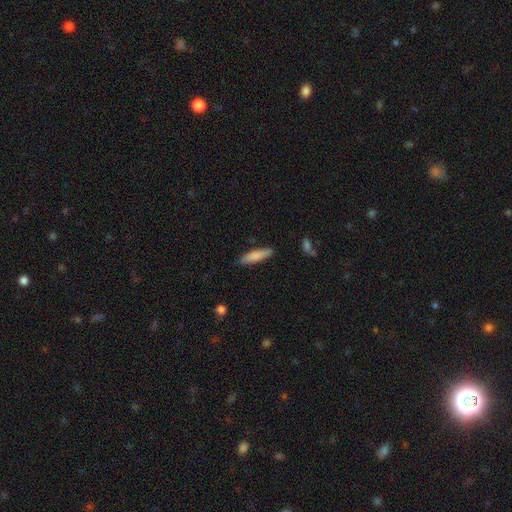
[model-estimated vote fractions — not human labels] Q: Smooth or featured?
A: smooth (82%); runner-up: featured or disk (13%)
Q: How rounded?
A: cigar-shaped (76%); runner-up: in between (22%)
Q: Merging?
A: none (85%); runner-up: minor disturbance (11%)